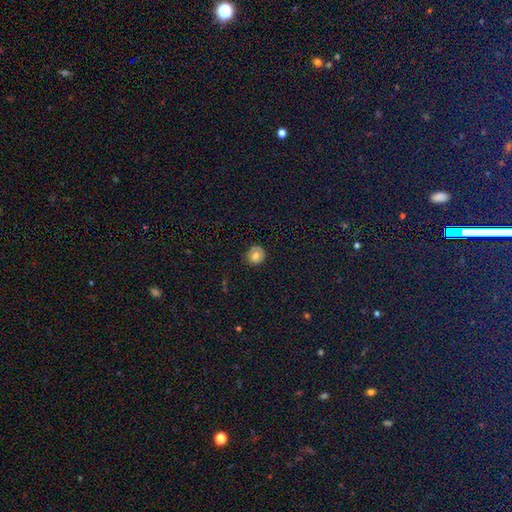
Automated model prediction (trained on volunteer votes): Smooth or featured? Predicted: smooth (p=0.75). How rounded? Predicted: round (p=0.89). Merging? Predicted: none (p=0.85).